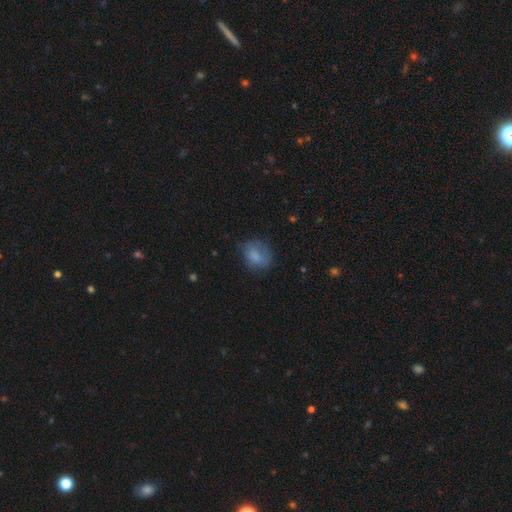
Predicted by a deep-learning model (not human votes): smooth-or-featured: smooth: 76% | featured or disk: 15% | star or artifact: 9%
  how-rounded: round: 51% | in between: 48% | cigar-shaped: 1%
  merging: none: 56% | minor disturbance: 27% | major disturbance: 14% | merger: 2%